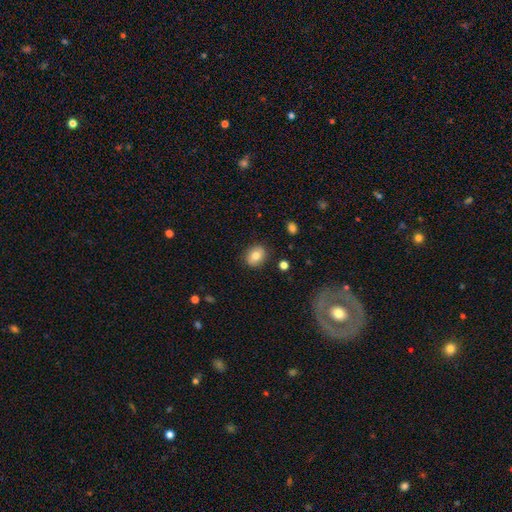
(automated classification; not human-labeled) This appears to be a smooth galaxy with no disk features (80%) that is in between round and cigar-shaped (56%). Merging: none (86%).